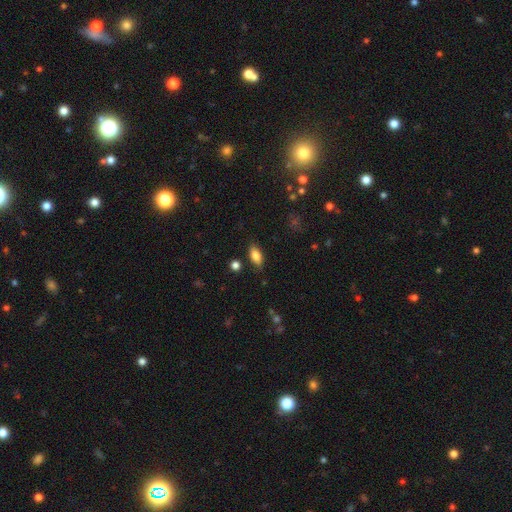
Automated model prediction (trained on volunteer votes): Overall: smooth (83%). How rounded: in between (87%). Merging: none (84%).